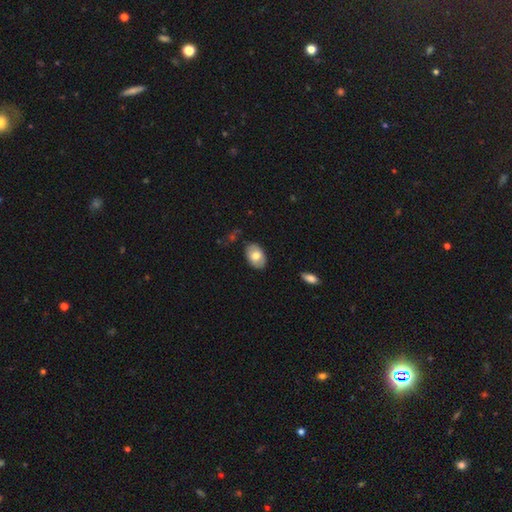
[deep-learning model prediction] Morphology: type=smooth (72%); roundness=in between (89%); merging=none (84%).